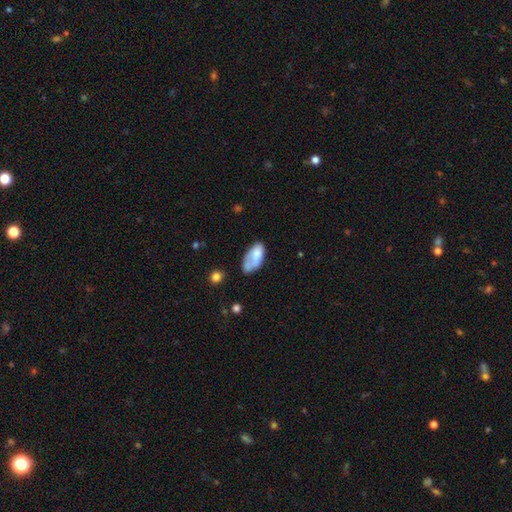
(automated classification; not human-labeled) Smooth or featured?
  - smooth: 70% *
  - featured or disk: 22%
  - star or artifact: 8%
How rounded?
  - in between: 93% *
  - cigar-shaped: 5%
  - round: 3%
Merging?
  - none: 39% *
  - minor disturbance: 30%
  - major disturbance: 17%
  - merger: 14%